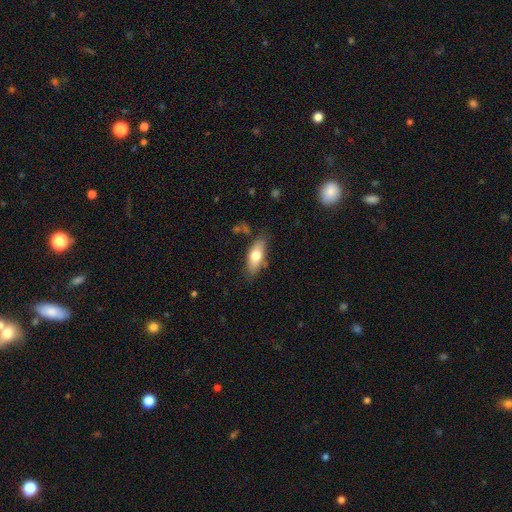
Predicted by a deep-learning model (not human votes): This appears to be a smooth galaxy with no disk features (72%) that is in between round and cigar-shaped (76%). Merging: none (77%).